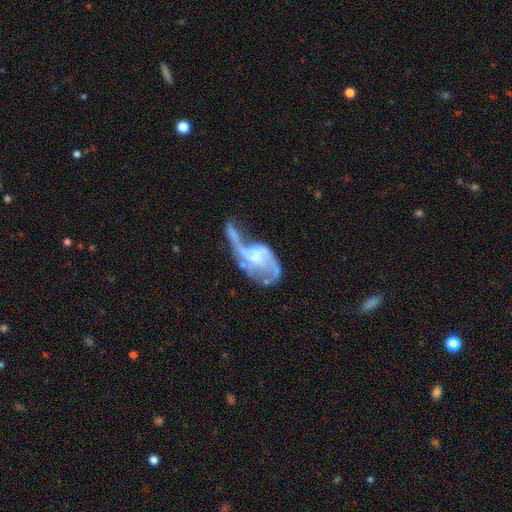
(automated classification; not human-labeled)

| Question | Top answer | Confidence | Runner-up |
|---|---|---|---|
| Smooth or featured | featured or disk | 79% | smooth (14%) |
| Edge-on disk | no | 97% | yes (3%) |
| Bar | no | 60% | weak (32%) |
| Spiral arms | yes | 77% | no (23%) |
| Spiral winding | loose | 64% | medium (27%) |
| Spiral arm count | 2 | 61% | 1 (15%) |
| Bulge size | none | 39% | small (35%) |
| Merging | major disturbance | 44% | none (21%) |